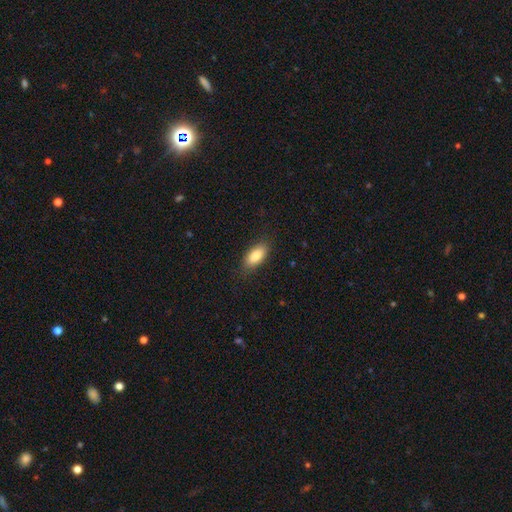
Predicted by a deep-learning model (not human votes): Smooth or featured?
  - smooth: 85% *
  - featured or disk: 9%
  - star or artifact: 7%
How rounded?
  - in between: 87% *
  - cigar-shaped: 10%
  - round: 3%
Merging?
  - none: 84% *
  - minor disturbance: 12%
  - major disturbance: 3%
  - merger: 1%